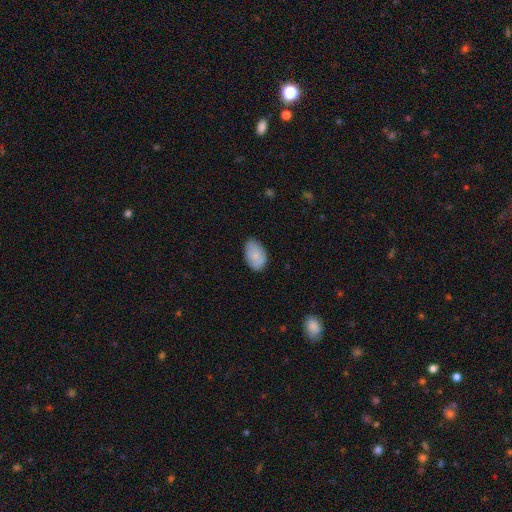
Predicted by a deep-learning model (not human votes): This is likely a smooth galaxy (80%). How rounded: clearly in between (91%). Merging: likely none (74%).